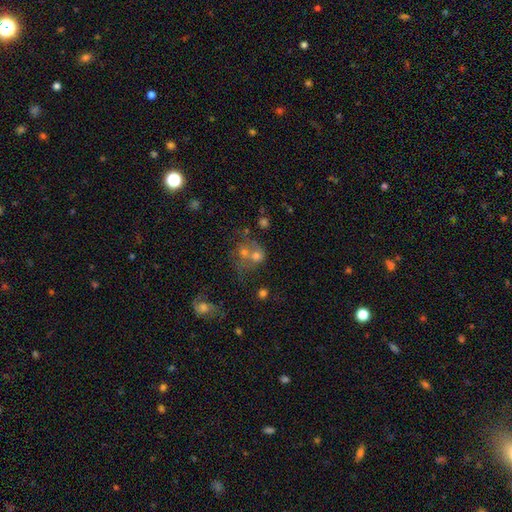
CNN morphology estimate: The model was most divided on "merging": merger: 55%, none: 26%, minor disturbance: 9%, major disturbance: 9%. More confident: how rounded — round (67%); smooth or featured — smooth (57%).